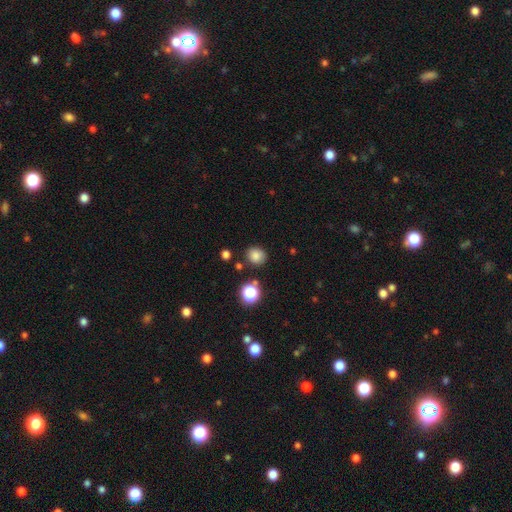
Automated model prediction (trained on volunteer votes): smooth 81%, star or artifact 14%, featured or disk 5%. Down the decision tree: how rounded — round (78%); merging — none (83%).